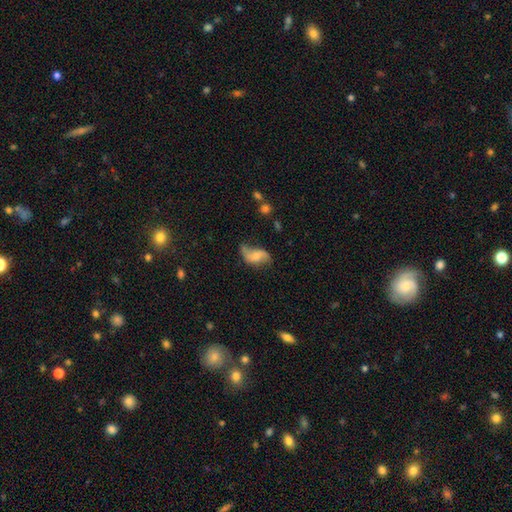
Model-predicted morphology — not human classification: Overall: featured or disk (71%). Edge-on disk: no (96%). Bar: no (53%; weak 38%). Spiral arms: yes (92%). Spiral arm count: 2 (89%). Spiral winding: loose (83%). Bulge size: small (40%; moderate 37%). Merging: none (59%; minor disturbance 24%).